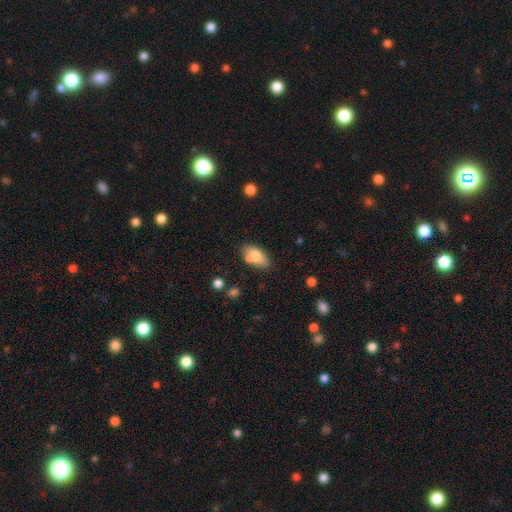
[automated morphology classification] A smooth galaxy with no disk features (77%) that is in between round and cigar-shaped (90%).

Vote fractions:
- Smooth or featured? smooth: 77% / featured or disk: 15% / star or artifact: 7%
- How rounded? in between: 90% / cigar-shaped: 6% / round: 3%
- Merging? none: 68% / minor disturbance: 17% / merger: 11% / major disturbance: 4%